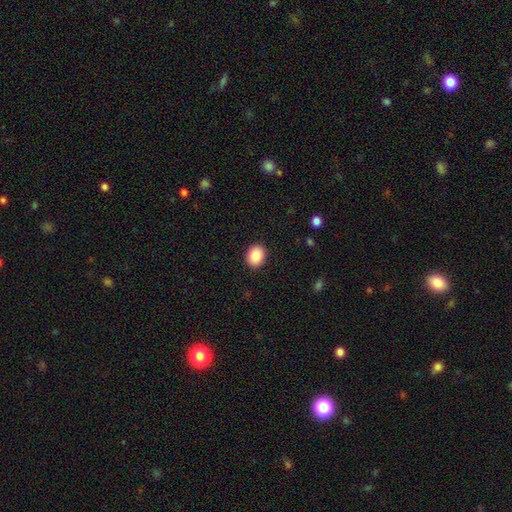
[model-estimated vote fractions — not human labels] A smooth galaxy with no disk features (87%) that is in between round and cigar-shaped (50%).

Vote fractions:
- Smooth or featured? smooth: 87% / star or artifact: 8% / featured or disk: 5%
- How rounded? in between: 50% / round: 49% / cigar-shaped: 1%
- Merging? none: 91% / minor disturbance: 6% / major disturbance: 2% / merger: 1%